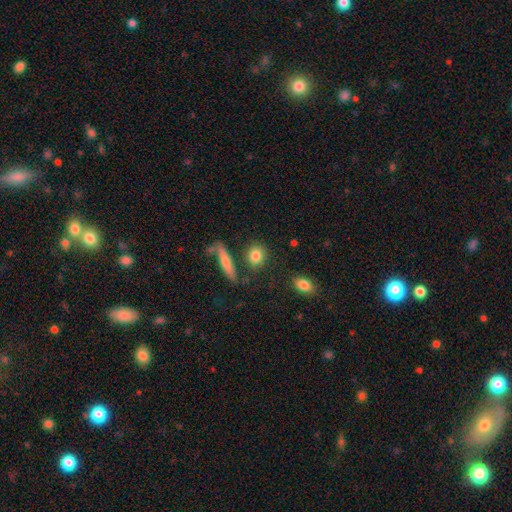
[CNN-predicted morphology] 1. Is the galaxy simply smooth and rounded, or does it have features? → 82% smooth, 10% featured or disk, 8% star or artifact.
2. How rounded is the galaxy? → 68% round, 26% in between, 6% cigar-shaped.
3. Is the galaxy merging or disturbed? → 77% none, 11% minor disturbance, 9% merger, 4% major disturbance.